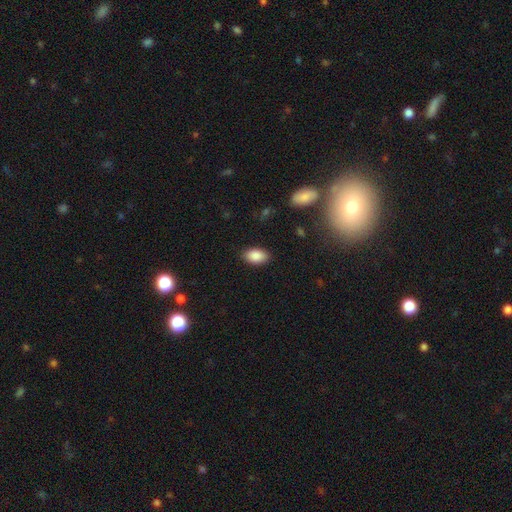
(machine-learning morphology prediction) Q: Smooth or featured?
A: smooth (88%); runner-up: star or artifact (7%)
Q: How rounded?
A: in between (92%); runner-up: round (6%)
Q: Merging?
A: none (87%); runner-up: minor disturbance (9%)